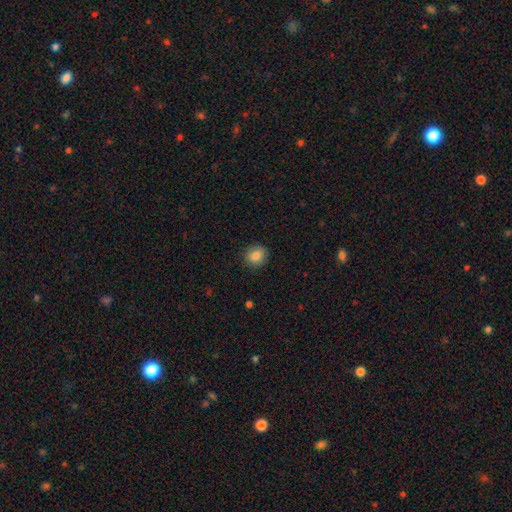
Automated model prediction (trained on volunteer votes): Smooth or featured? Predicted: smooth (p=0.85). How rounded? Predicted: round (p=0.82). Merging? Predicted: none (p=0.88).